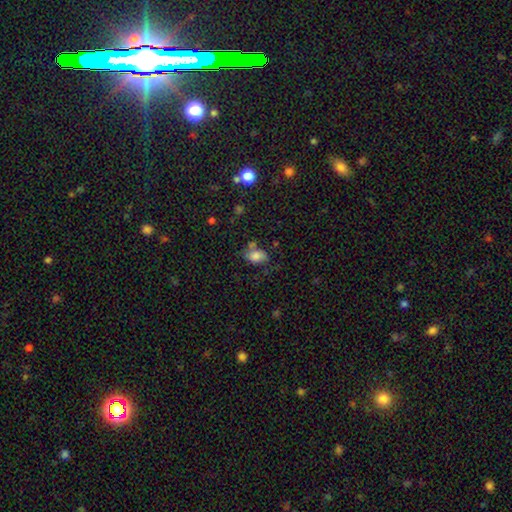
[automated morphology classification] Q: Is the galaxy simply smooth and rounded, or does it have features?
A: smooth — 77%.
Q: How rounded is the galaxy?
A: in between — 84%.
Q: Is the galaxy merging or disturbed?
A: none — 49%.